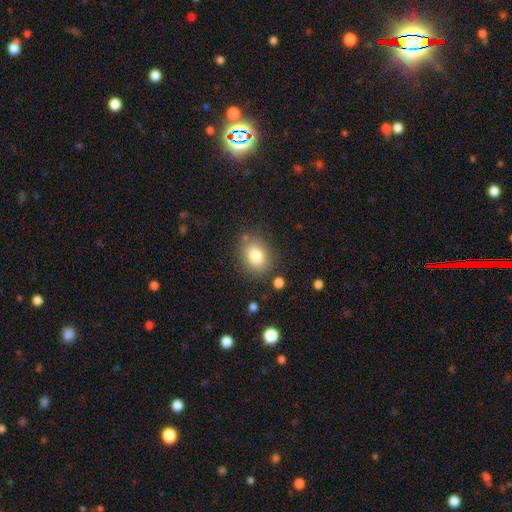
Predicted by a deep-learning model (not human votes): This is clearly a smooth galaxy (81%). How rounded: possibly in between (53%). Merging: clearly none (80%).